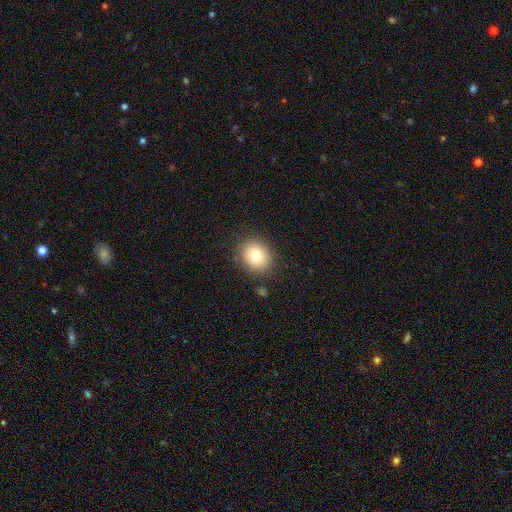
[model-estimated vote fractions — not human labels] Smooth or featured: smooth — 78% (featured or disk — 11%)
How rounded: round — 69% (in between — 31%)
Merging: none — 86% (minor disturbance — 9%)